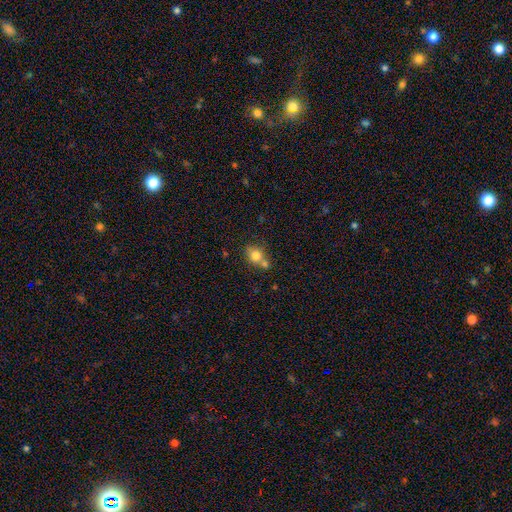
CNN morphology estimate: The model was most divided on "merging": none: 44%, merger: 42%, minor disturbance: 10%, major disturbance: 4%. More confident: smooth or featured — smooth (79%); how rounded — round (76%).